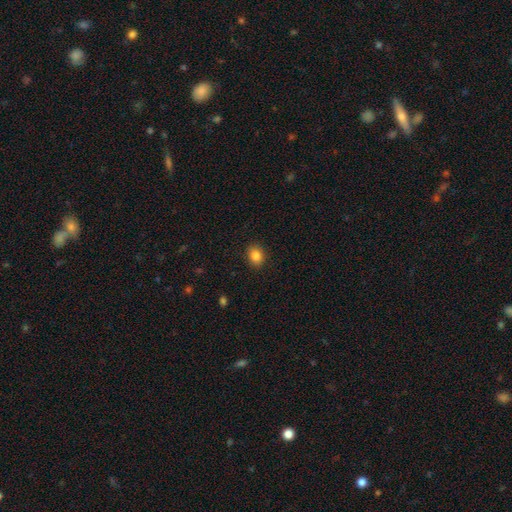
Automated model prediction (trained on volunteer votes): This appears to be a smooth galaxy with no disk features (85%) that is round (53%). Merging: none (90%).